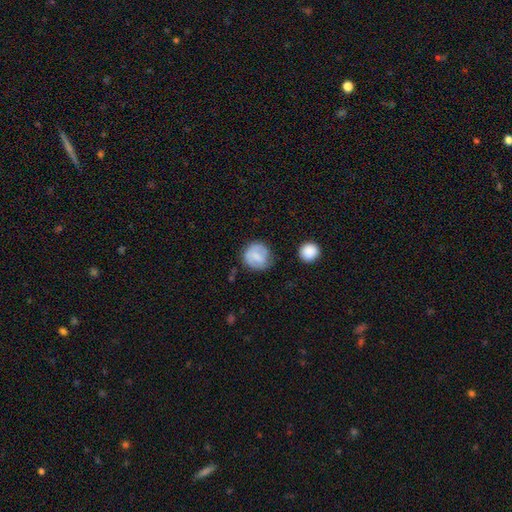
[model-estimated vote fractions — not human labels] A smooth galaxy with no disk features (68%) that is round (87%).

Vote fractions:
- Smooth or featured? smooth: 68% / featured or disk: 25% / star or artifact: 8%
- How rounded? round: 87% / in between: 12% / cigar-shaped: 1%
- Merging? none: 69% / minor disturbance: 20% / major disturbance: 8% / merger: 3%